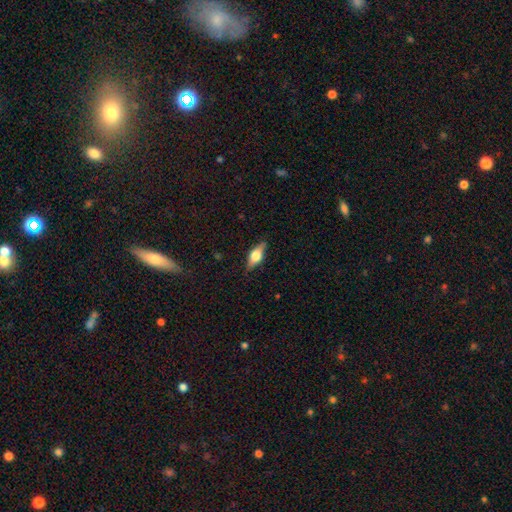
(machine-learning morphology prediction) Overall: featured or disk (49%; smooth 44%). Merging: none (83%).